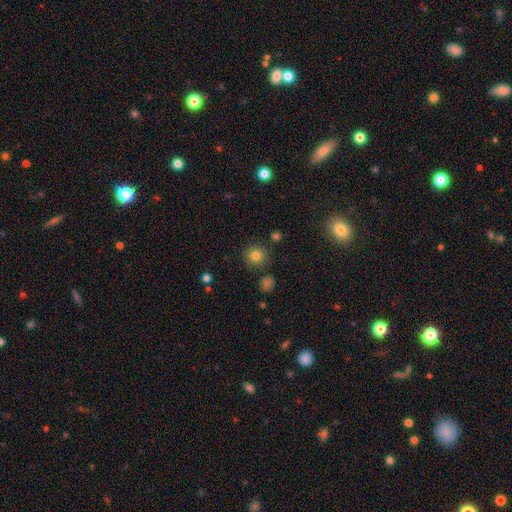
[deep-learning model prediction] smooth_or_featured: smooth (p=0.79) [alt: star or artifact p=0.14]
how_rounded: round (p=0.91) [alt: in between p=0.08]
merging: none (p=0.87) [alt: minor disturbance p=0.08]